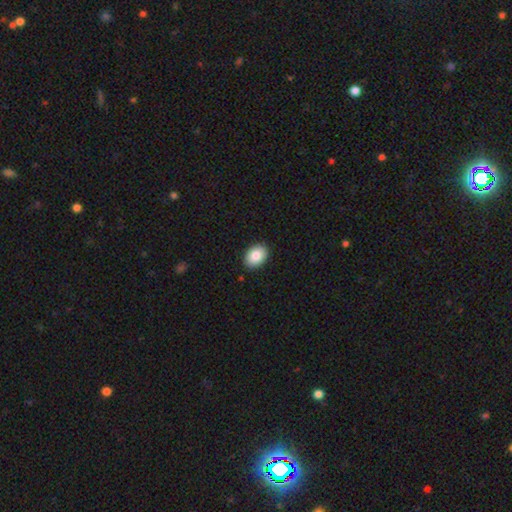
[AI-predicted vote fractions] smooth 84%, featured or disk 8%, star or artifact 7%. Down the decision tree: how rounded — in between (79%); merging — none (90%).